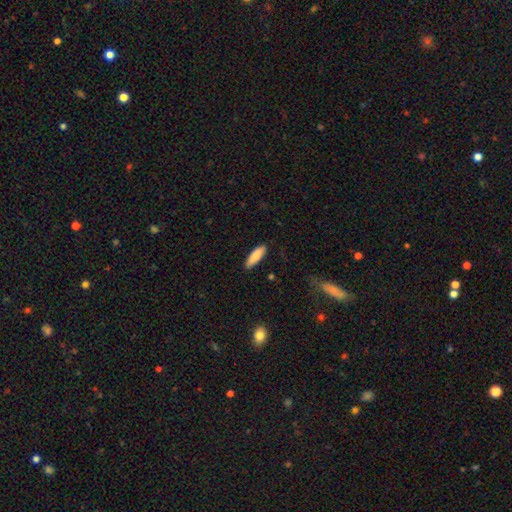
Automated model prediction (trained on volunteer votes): Smooth or featured: smooth — 86% (featured or disk — 9%)
How rounded: cigar-shaped — 49% (tied with in between — 49%)
Merging: none — 86% (minor disturbance — 11%)